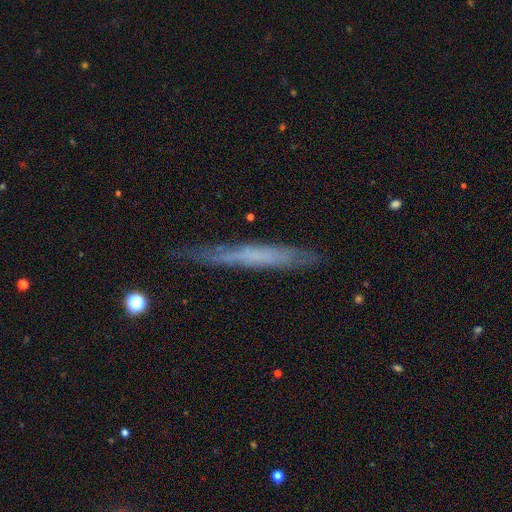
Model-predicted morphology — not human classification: Q: Smooth or featured?
A: featured or disk (48%); runner-up: smooth (44%)
Q: Merging?
A: none (75%); runner-up: minor disturbance (19%)